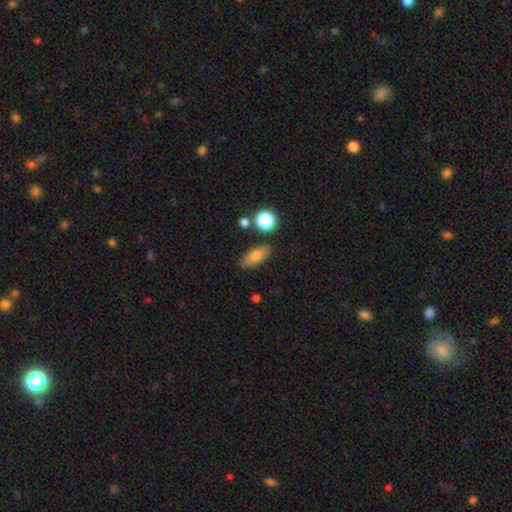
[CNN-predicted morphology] Q: Smooth or featured?
A: smooth (78%); runner-up: featured or disk (13%)
Q: How rounded?
A: in between (78%); runner-up: cigar-shaped (16%)
Q: Merging?
A: none (82%); runner-up: minor disturbance (11%)